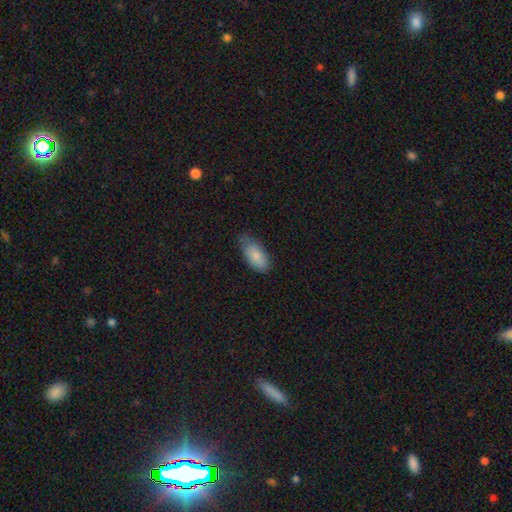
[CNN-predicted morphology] smooth 84%, featured or disk 10%, star or artifact 6%. Down the decision tree: how rounded — in between (91%); merging — none (64%).